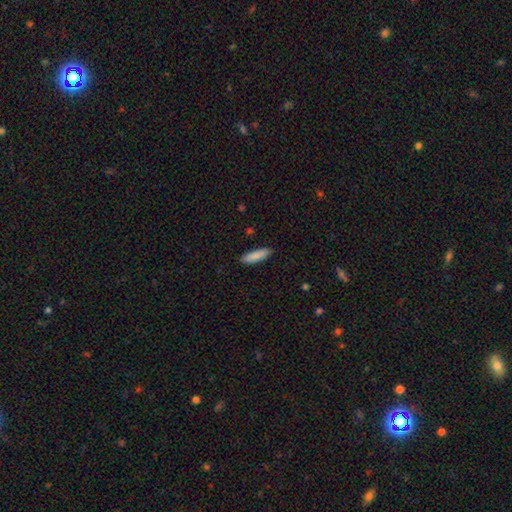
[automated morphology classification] smooth 88%, featured or disk 6%, star or artifact 6%. Down the decision tree: how rounded — cigar-shaped (66%); merging — none (90%).